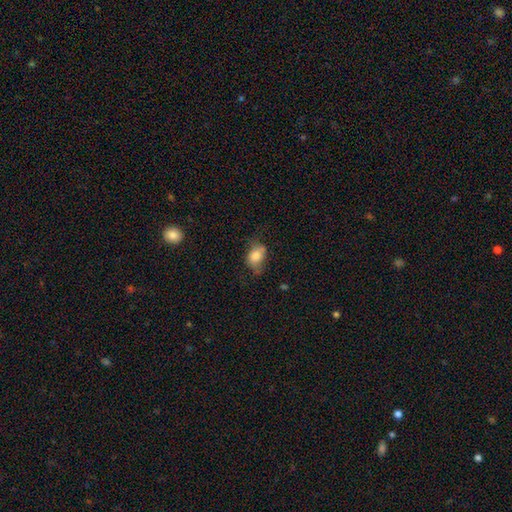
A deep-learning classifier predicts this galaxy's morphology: Smooth or featured: smooth — 77% (featured or disk — 14%)
How rounded: in between — 76% (round — 22%)
Merging: none — 51% (minor disturbance — 33%)